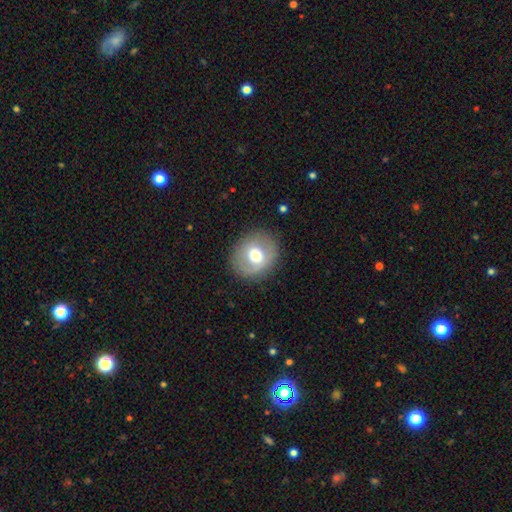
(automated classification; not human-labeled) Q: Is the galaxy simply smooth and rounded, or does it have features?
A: smooth — 57%.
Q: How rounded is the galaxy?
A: round — 76%.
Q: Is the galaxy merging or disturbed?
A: none — 84%.